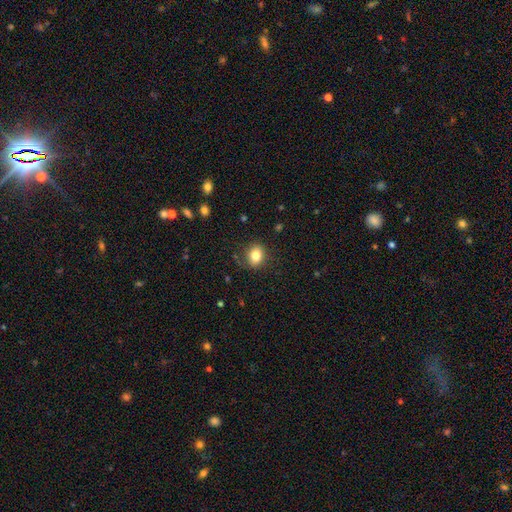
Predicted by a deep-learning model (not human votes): A smooth galaxy with no disk features (81%) that is round (54%).

Vote fractions:
- Smooth or featured? smooth: 81% / star or artifact: 11% / featured or disk: 9%
- How rounded? round: 54% / in between: 45% / cigar-shaped: 1%
- Merging? none: 83% / minor disturbance: 12% / major disturbance: 4% / merger: 1%